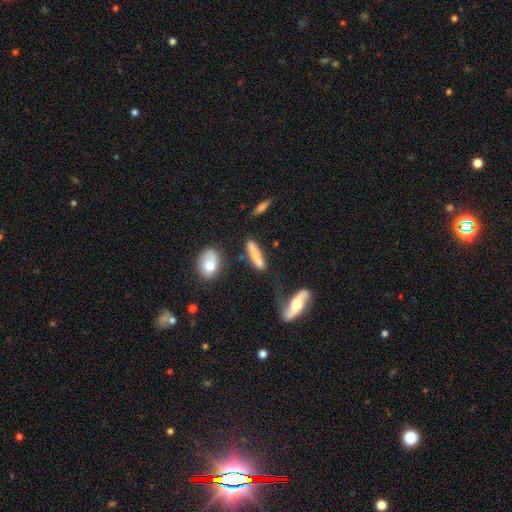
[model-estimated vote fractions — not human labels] Smooth or featured? smooth (64%)
How rounded? cigar-shaped (83%)
Merging? none (65%)